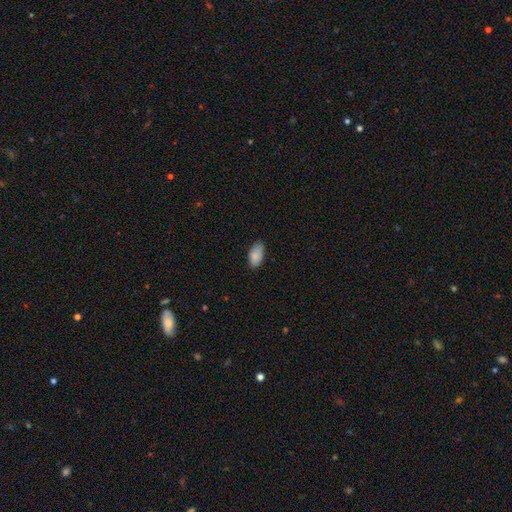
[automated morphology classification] A smooth galaxy with no disk features (87%) that is in between round and cigar-shaped (94%). Merging: none (76%).